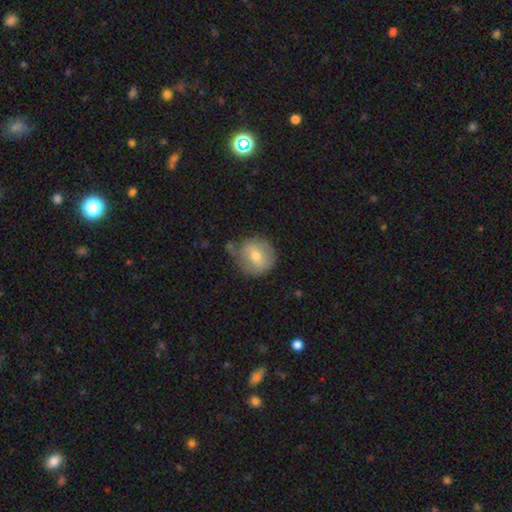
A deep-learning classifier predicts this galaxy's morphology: A smooth galaxy with no disk features (64%) that is round (90%). Merging: none (61%).